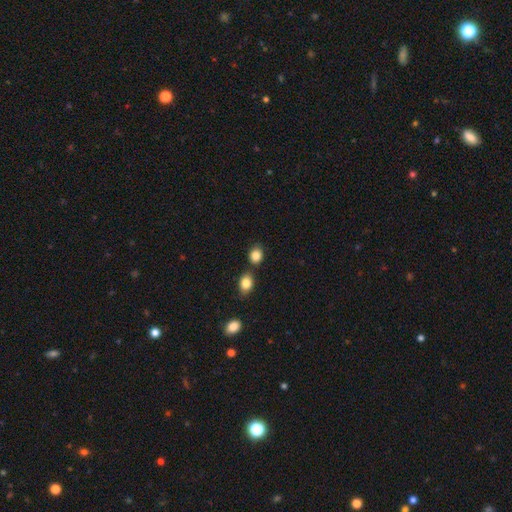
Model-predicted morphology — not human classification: Smooth or featured: smooth — 85% (star or artifact — 9%)
How rounded: round — 53% (in between — 46%)
Merging: none — 70% (merger — 15%)